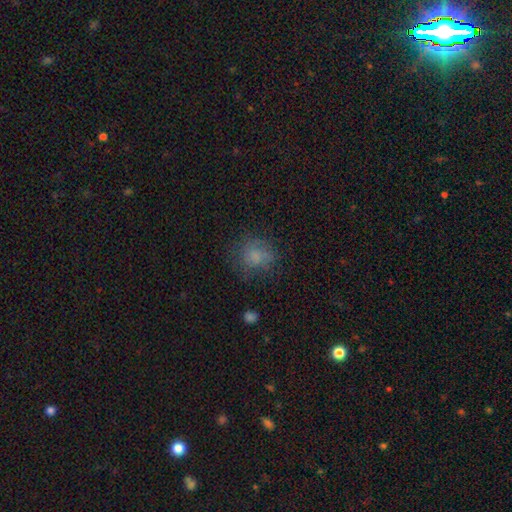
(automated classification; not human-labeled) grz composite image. It shows a smooth galaxy with no disk features (71%) that is round (74%). Merging: none (62%).